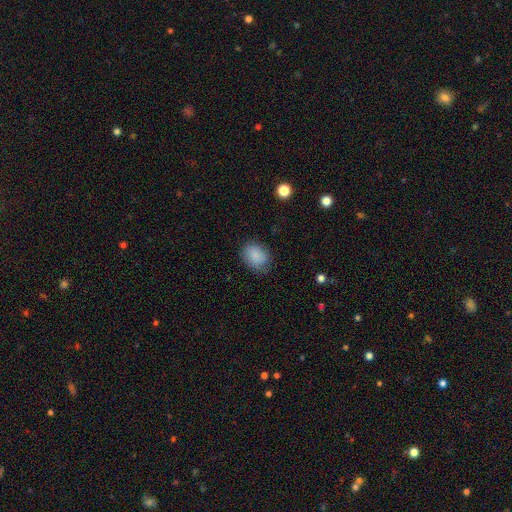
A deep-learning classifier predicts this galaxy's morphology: Q: Smooth or featured?
A: smooth (86%); runner-up: star or artifact (7%)
Q: How rounded?
A: in between (63%); runner-up: round (36%)
Q: Merging?
A: none (73%); runner-up: minor disturbance (21%)